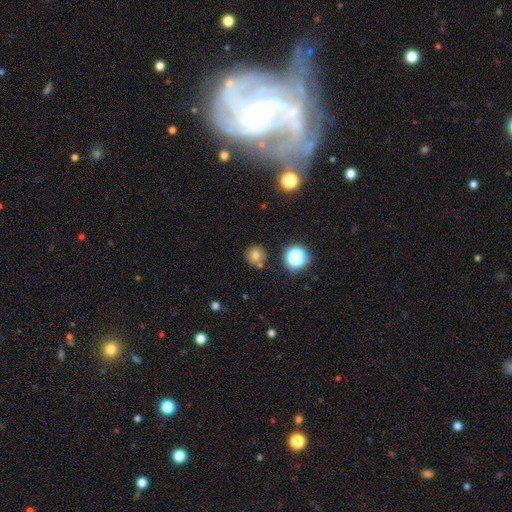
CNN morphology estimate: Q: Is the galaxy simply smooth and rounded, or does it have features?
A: smooth — 73%.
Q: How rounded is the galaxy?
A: round — 91%.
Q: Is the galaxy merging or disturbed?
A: none — 77%.